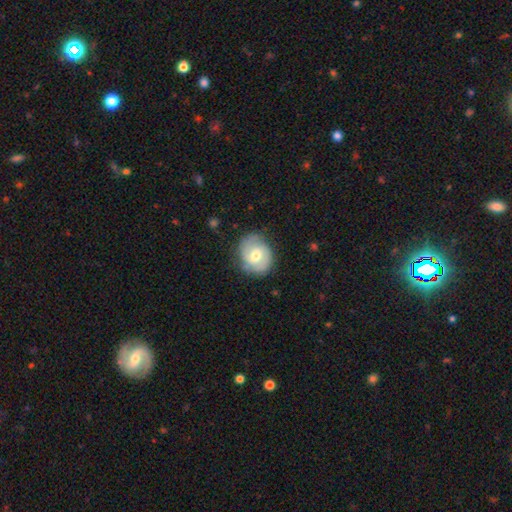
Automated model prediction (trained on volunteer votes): Overall: featured or disk (62%; smooth 32%). Edge-on disk: no (97%). Bar: no (46%; weak 45%). Spiral arms: yes (86%). Spiral arm count: 2 (78%). Spiral winding: medium (44%; tight 38%). Bulge size: moderate (68%). Merging: none (74%).